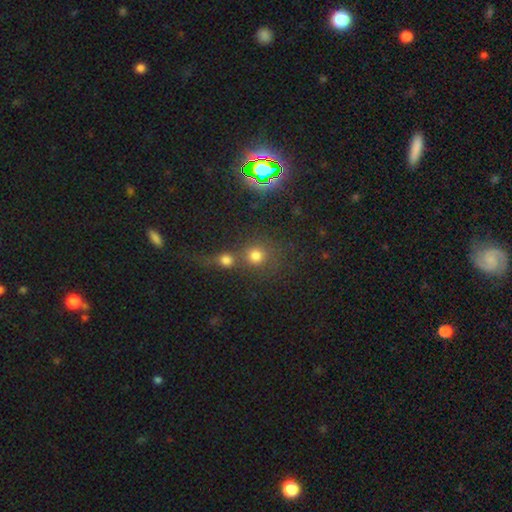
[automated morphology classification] smooth 73%, star or artifact 18%, featured or disk 8%. Down the decision tree: how rounded — round (88%); merging — none (46%).